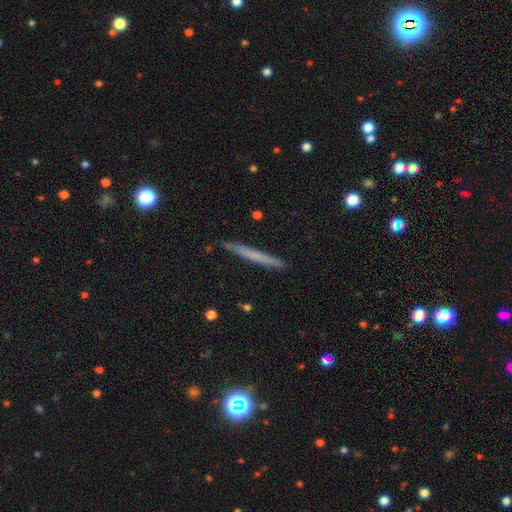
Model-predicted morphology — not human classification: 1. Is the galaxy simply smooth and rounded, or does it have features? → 57% smooth, 36% featured or disk, 6% star or artifact.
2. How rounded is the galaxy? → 97% cigar-shaped, 2% in between, 1% round.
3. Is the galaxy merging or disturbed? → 88% none, 9% minor disturbance, 1% major disturbance, 1% merger.